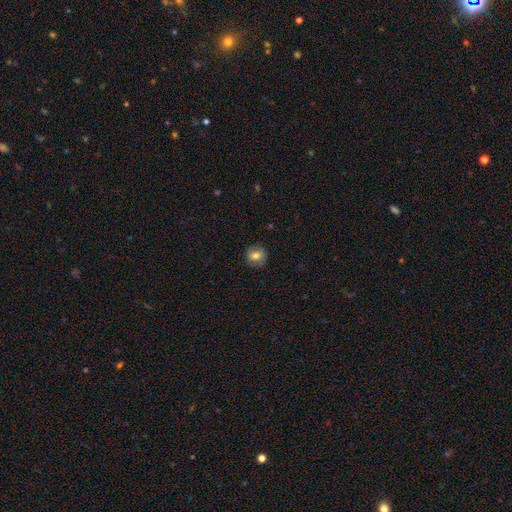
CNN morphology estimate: A smooth galaxy with no disk features (68%) that is round (86%). Merging: none (84%).